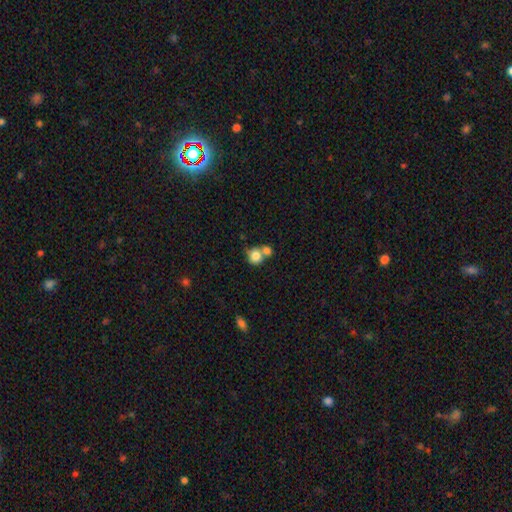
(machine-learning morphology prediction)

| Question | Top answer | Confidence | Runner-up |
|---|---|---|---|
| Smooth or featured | smooth | 80% | featured or disk (11%) |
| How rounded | round | 83% | in between (16%) |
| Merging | merger | 49% | none (39%) |